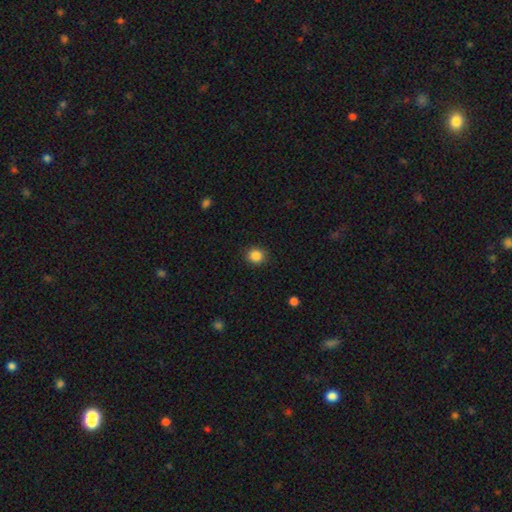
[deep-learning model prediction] smooth_or_featured: smooth (p=0.87) [alt: star or artifact p=0.10]
how_rounded: round (p=0.84) [alt: in between p=0.15]
merging: none (p=0.91) [alt: minor disturbance p=0.06]